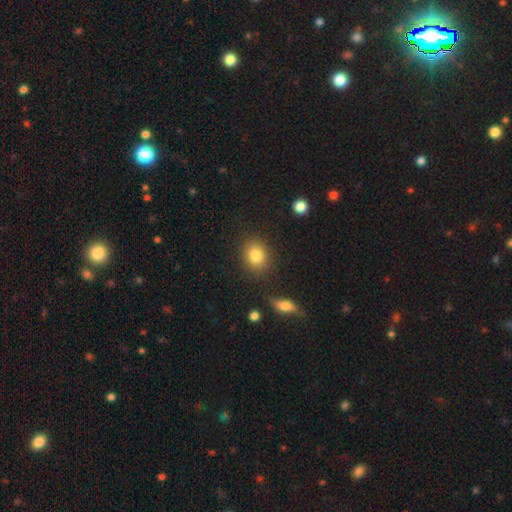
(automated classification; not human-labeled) This appears to be a smooth galaxy with no disk features (83%) that is round (58%). Merging: none (83%).